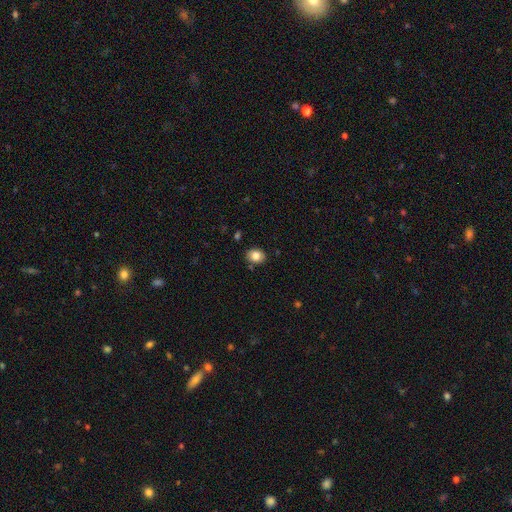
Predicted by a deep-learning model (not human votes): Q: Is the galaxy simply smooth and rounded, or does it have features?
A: smooth — 83%.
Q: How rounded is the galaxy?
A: in between — 52%.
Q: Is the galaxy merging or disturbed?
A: none — 85%.